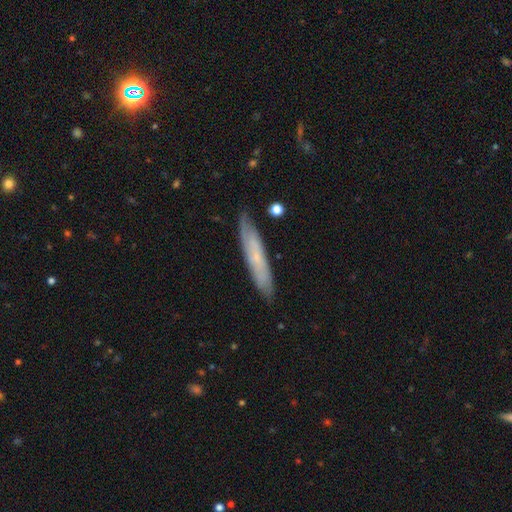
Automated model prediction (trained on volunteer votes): Smooth or featured? smooth (47%)
Merging? none (83%)